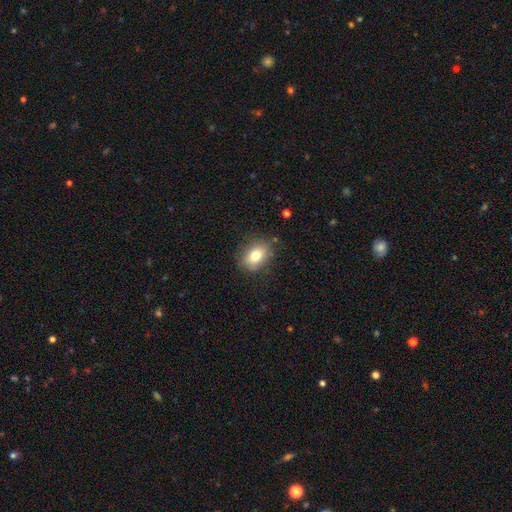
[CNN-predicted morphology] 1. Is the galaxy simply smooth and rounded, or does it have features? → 77% smooth, 13% featured or disk, 10% star or artifact.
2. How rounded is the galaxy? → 70% in between, 29% round, 2% cigar-shaped.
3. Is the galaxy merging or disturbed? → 81% none, 14% minor disturbance, 4% major disturbance, 2% merger.